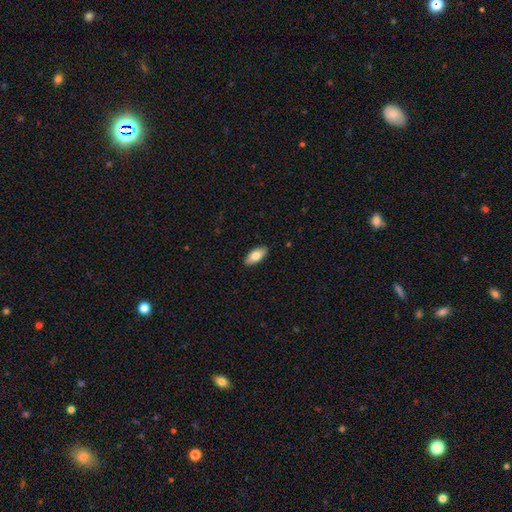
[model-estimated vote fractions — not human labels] Smooth or featured? smooth (78%)
How rounded? in between (87%)
Merging? none (90%)